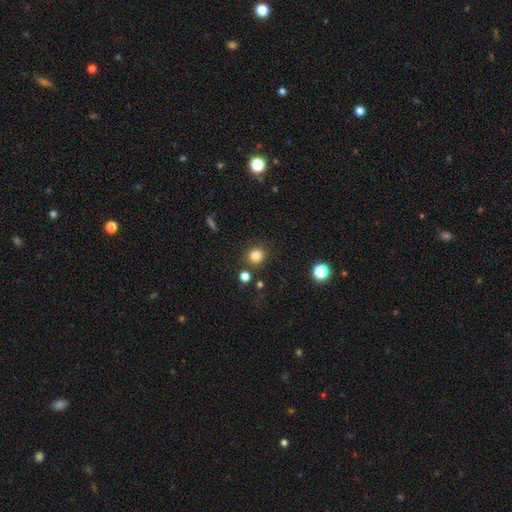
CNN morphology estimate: A smooth galaxy with no disk features (82%) that is round (84%). Merging: none (84%).